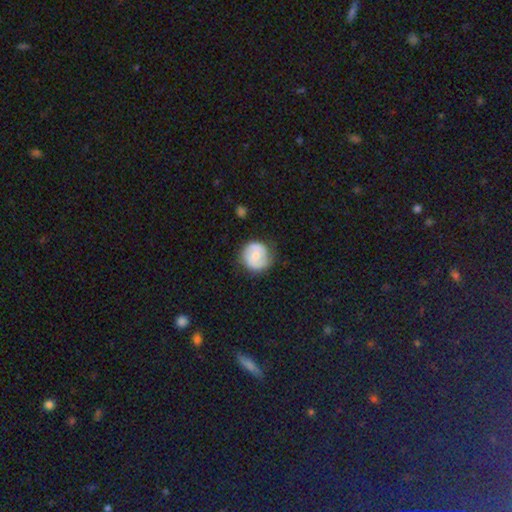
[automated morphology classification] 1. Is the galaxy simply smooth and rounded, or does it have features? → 48% smooth, 46% featured or disk, 6% star or artifact.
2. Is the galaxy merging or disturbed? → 76% none, 18% minor disturbance, 5% major disturbance, 1% merger.